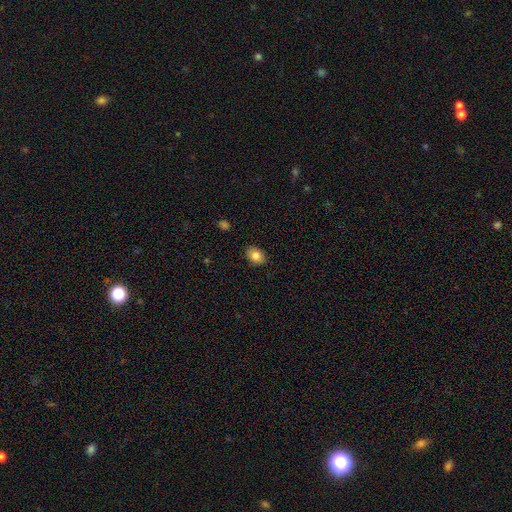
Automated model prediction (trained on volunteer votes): Smooth or featured: smooth — 84% (star or artifact — 8%)
How rounded: in between — 74% (round — 25%)
Merging: none — 86% (minor disturbance — 10%)